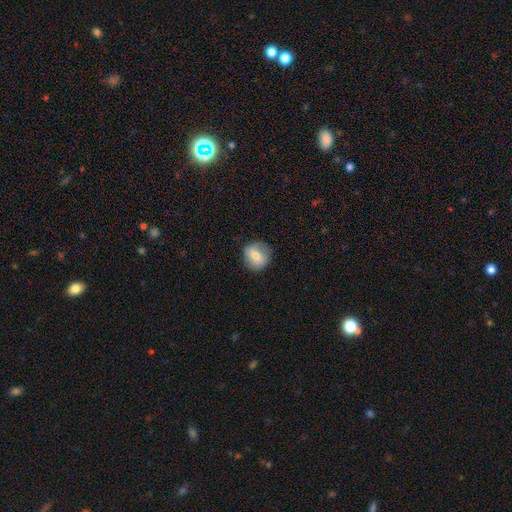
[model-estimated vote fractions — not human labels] Smooth or featured?
  - smooth: 66% *
  - featured or disk: 25%
  - star or artifact: 8%
How rounded?
  - round: 81% *
  - in between: 17%
  - cigar-shaped: 1%
Merging?
  - none: 78% *
  - minor disturbance: 16%
  - major disturbance: 5%
  - merger: 1%